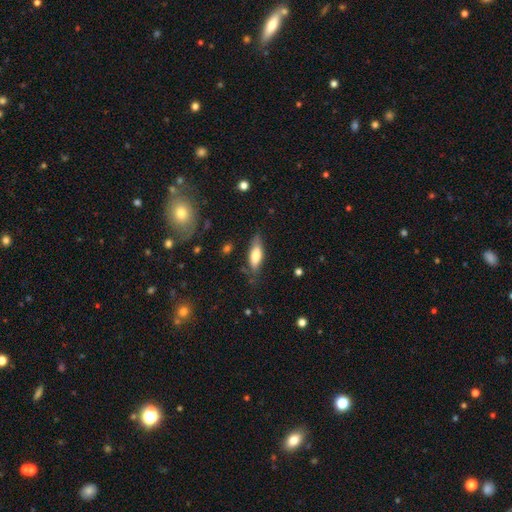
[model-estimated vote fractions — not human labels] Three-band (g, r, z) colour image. It shows a smooth galaxy with no disk features (69%) that is in between round and cigar-shaped (58%). Merging: none (73%).